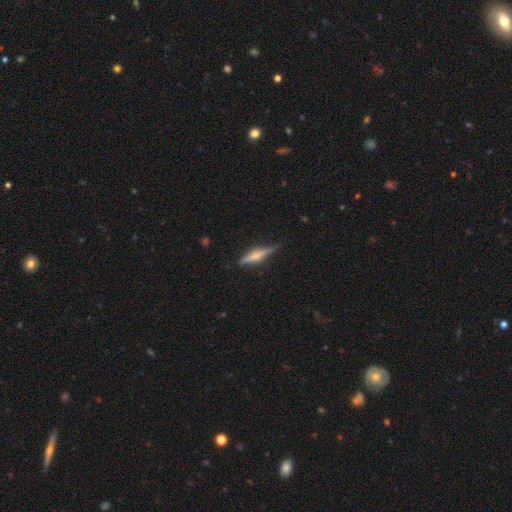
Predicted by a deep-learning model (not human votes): Smooth or featured?
  - featured or disk: 53% *
  - smooth: 40%
  - star or artifact: 7%
Edge-on disk?
  - yes: 96% *
  - no: 4%
Edge-on bulge?
  - rounded: 66% *
  - boxy: 18%
  - none: 17%
Merging?
  - none: 82% *
  - minor disturbance: 14%
  - major disturbance: 3%
  - merger: 1%